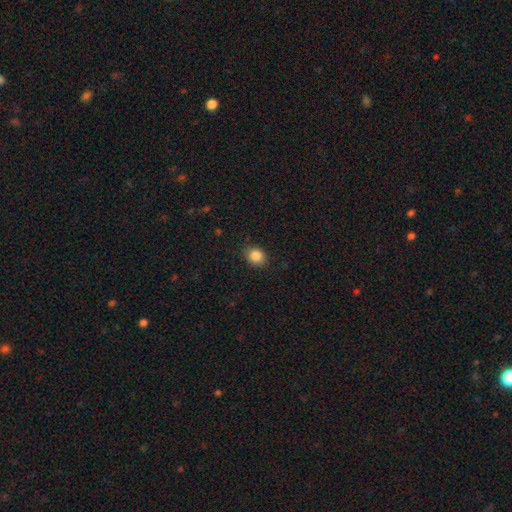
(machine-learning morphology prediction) A smooth galaxy with no disk features (86%) that is round (67%). Merging: none (86%).